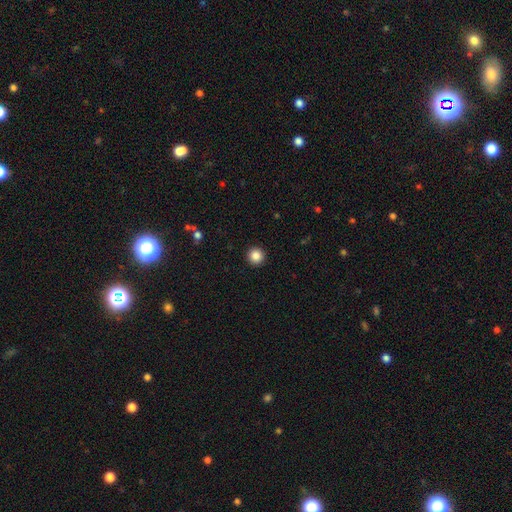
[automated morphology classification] Smooth or featured? smooth (85%)
How rounded? round (96%)
Merging? none (94%)